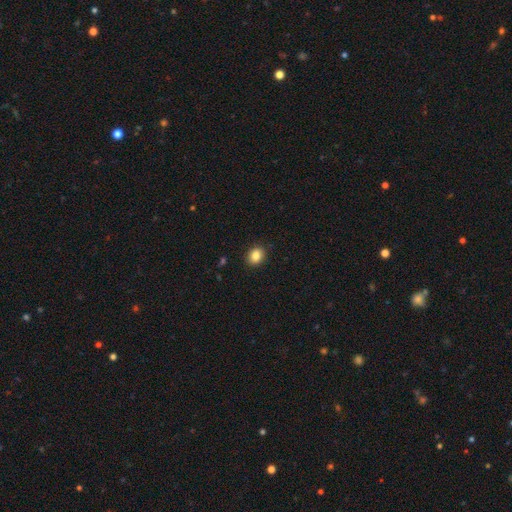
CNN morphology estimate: Smooth or featured? smooth (85%)
How rounded? round (59%)
Merging? none (90%)